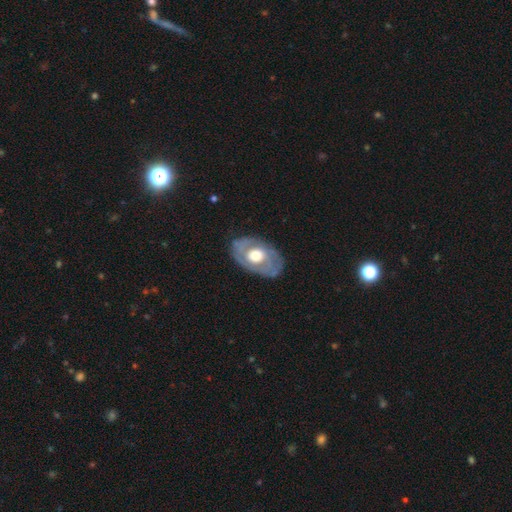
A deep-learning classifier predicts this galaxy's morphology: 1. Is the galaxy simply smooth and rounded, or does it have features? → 64% featured or disk, 31% smooth, 5% star or artifact.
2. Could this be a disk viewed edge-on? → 93% no, 7% yes.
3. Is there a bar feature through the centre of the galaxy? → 85% no, 12% weak, 3% strong.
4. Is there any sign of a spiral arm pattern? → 60% no, 40% yes.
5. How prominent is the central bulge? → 56% moderate, 36% large, 5% small, 2% dominant, 1% none.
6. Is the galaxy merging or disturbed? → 74% none, 18% minor disturbance, 6% major disturbance, 1% merger.